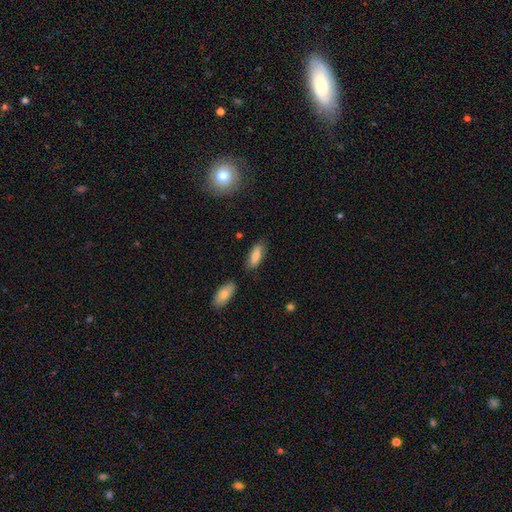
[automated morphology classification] smooth_or_featured: smooth (p=0.78) [alt: featured or disk p=0.15]
how_rounded: in between (p=0.69) [alt: cigar-shaped p=0.29]
merging: none (p=0.78) [alt: minor disturbance p=0.14]